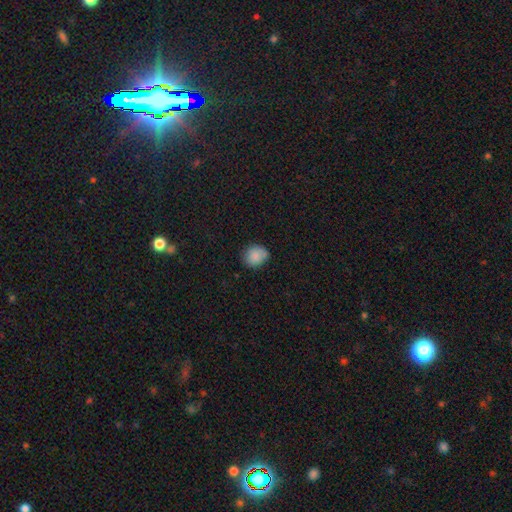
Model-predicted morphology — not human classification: Q: Smooth or featured?
A: smooth (86%); runner-up: star or artifact (9%)
Q: How rounded?
A: round (73%); runner-up: in between (27%)
Q: Merging?
A: none (71%); runner-up: minor disturbance (21%)